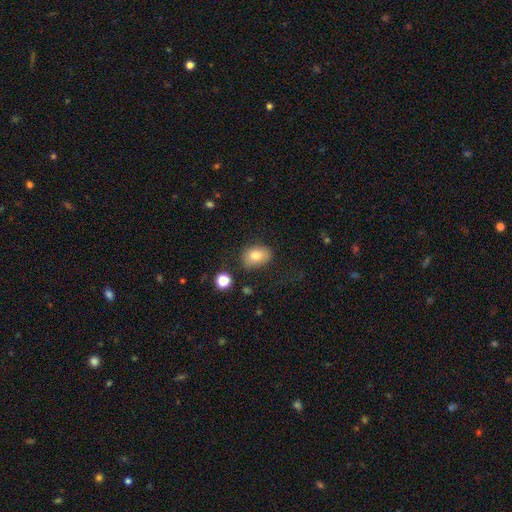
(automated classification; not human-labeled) smooth 80%, featured or disk 10%, star or artifact 9%. Down the decision tree: how rounded — in between (73%); merging — none (74%).